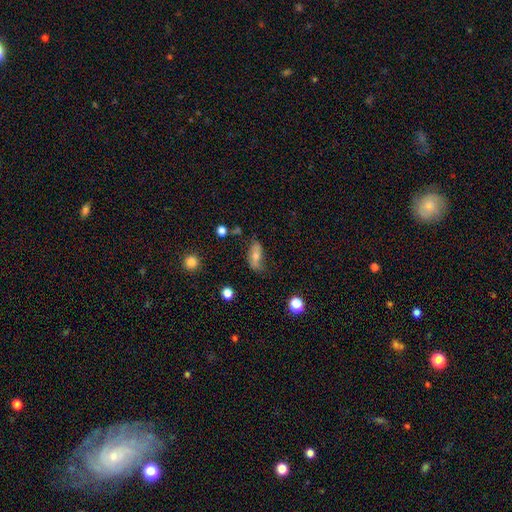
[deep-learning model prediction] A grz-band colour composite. It shows a smooth galaxy with no disk features (65%) that is in between round and cigar-shaped (81%). Merging: none (57%).